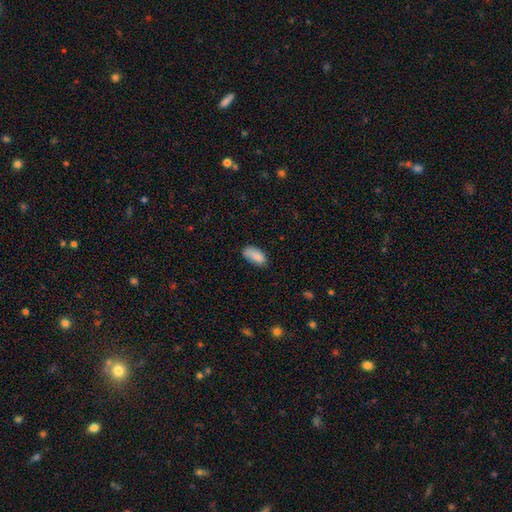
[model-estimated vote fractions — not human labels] Overall: smooth (85%). How rounded: in between (91%). Merging: none (67%).